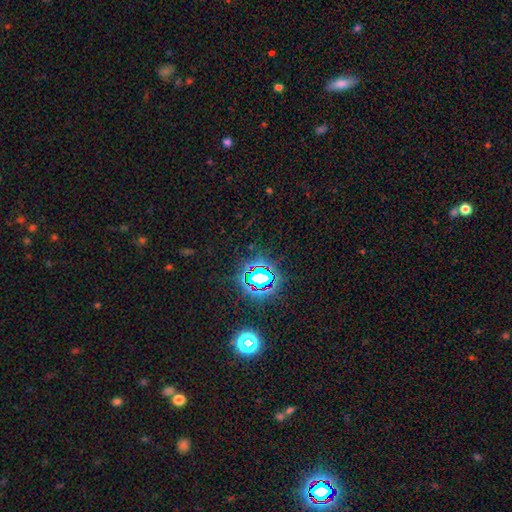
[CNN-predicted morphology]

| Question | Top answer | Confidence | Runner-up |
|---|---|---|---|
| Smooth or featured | star or artifact | 78% | smooth (14%) |